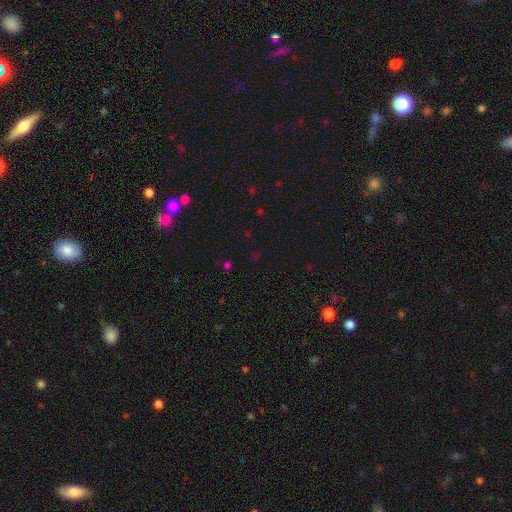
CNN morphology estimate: A star or artifact, not a galaxy (62%).